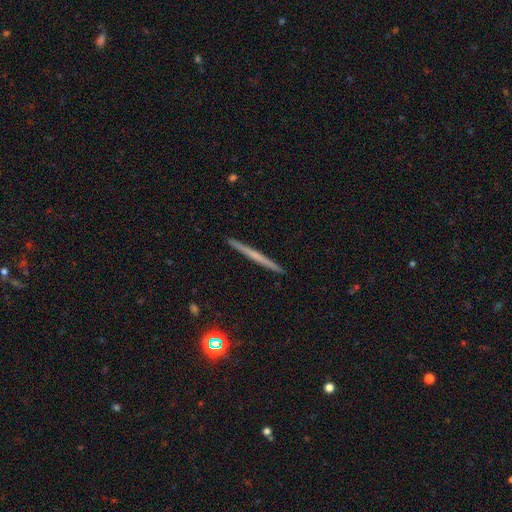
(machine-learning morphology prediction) Smooth or featured? featured or disk (55%)
Edge-on disk? yes (98%)
Edge-on bulge? none (78%)
Merging? none (93%)